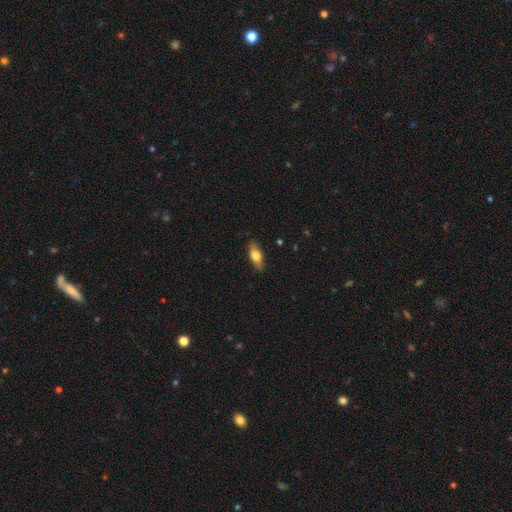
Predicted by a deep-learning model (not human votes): smooth_or_featured: smooth (p=0.67) [alt: featured or disk p=0.27]
how_rounded: in between (p=0.72) [alt: cigar-shaped p=0.25]
merging: none (p=0.85) [alt: minor disturbance p=0.11]